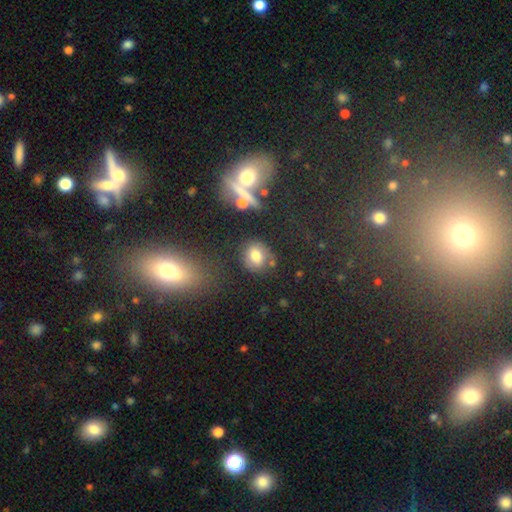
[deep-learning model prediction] This appears to be a smooth galaxy with no disk features (71%) that is round (64%). Merging: none (70%).